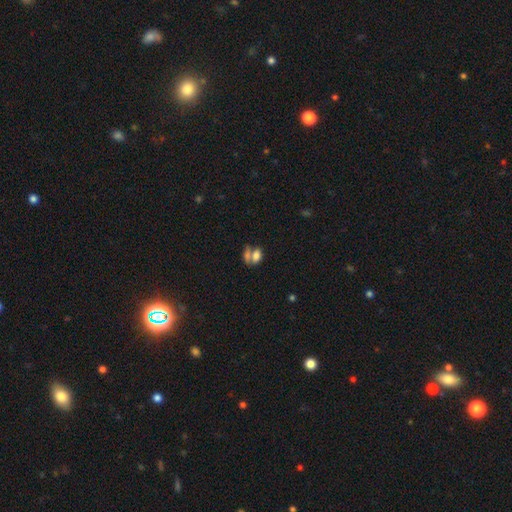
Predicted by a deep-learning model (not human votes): A smooth galaxy with no disk features (75%) that is in between round and cigar-shaped (80%). Merging: merger (56%).